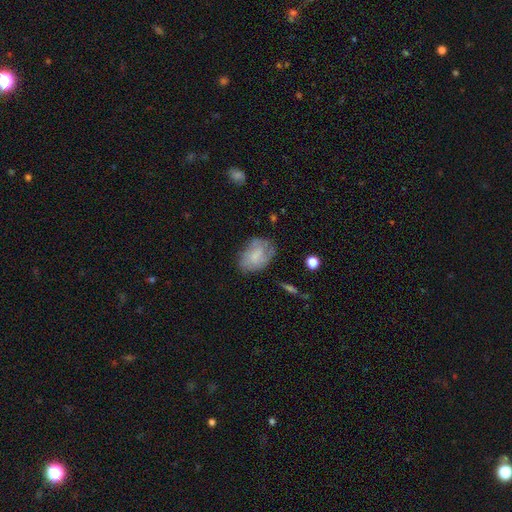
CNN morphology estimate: Smooth or featured?
  - smooth: 52% *
  - featured or disk: 39%
  - star or artifact: 9%
How rounded?
  - in between: 83% *
  - round: 16%
  - cigar-shaped: 1%
Merging?
  - none: 59% *
  - minor disturbance: 26%
  - major disturbance: 12%
  - merger: 2%